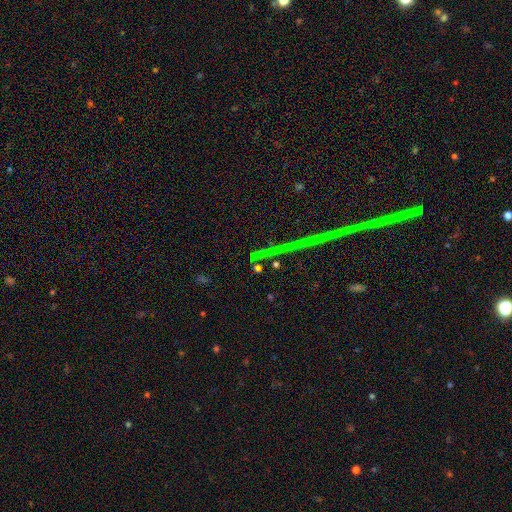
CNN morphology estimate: A star or artifact, not a galaxy (72%).

Vote fractions:
- Smooth or featured? star or artifact: 72% / smooth: 15% / featured or disk: 12%